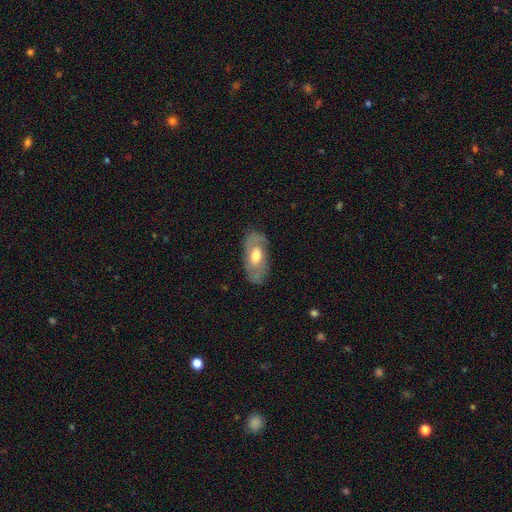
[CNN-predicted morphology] This appears to be a featured or disk galaxy (55%). Merging: none (76%).